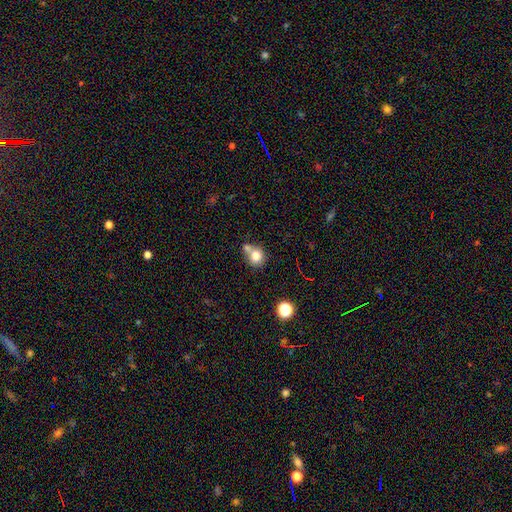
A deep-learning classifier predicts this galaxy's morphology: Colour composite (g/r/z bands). It shows a smooth galaxy with no disk features (78%) that is round (81%). Merging: none (45%).